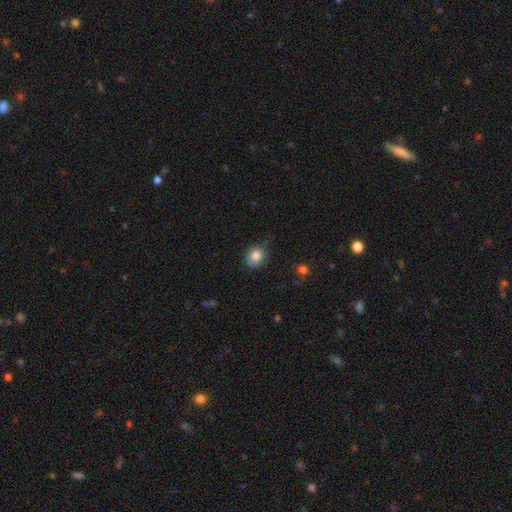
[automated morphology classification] Q: Smooth or featured?
A: smooth (85%); runner-up: star or artifact (9%)
Q: How rounded?
A: round (63%); runner-up: in between (36%)
Q: Merging?
A: none (72%); runner-up: minor disturbance (22%)